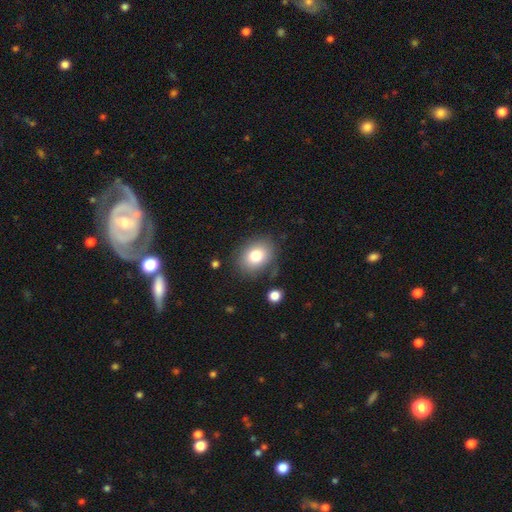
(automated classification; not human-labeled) A smooth galaxy with no disk features (79%) that is in between round and cigar-shaped (57%).

Vote fractions:
- Smooth or featured? smooth: 79% / featured or disk: 12% / star or artifact: 10%
- How rounded? in between: 57% / round: 43% / cigar-shaped: 1%
- Merging? none: 79% / minor disturbance: 13% / major disturbance: 5% / merger: 3%